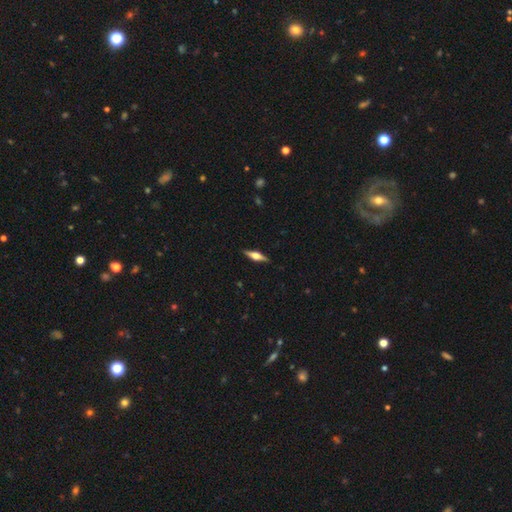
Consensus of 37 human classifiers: Smooth or featured?
  - featured or disk: 70% *
  - smooth: 27%
  - star or artifact: 3%
Edge-on disk?
  - yes: 92% *
  - no: 8%
Edge-on bulge?
  - rounded: 96% *
  - boxy: 4%
  - none: 0%
Merging?
  - none: 92% *
  - minor disturbance: 8%
  - major disturbance: 0%
  - merger: 0%